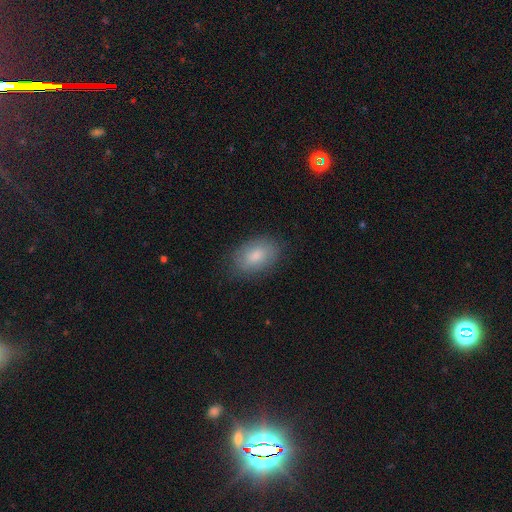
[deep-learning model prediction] smooth-or-featured: smooth: 78% | featured or disk: 15% | star or artifact: 7%
  how-rounded: in between: 89% | round: 9% | cigar-shaped: 1%
  merging: none: 82% | minor disturbance: 14% | major disturbance: 4% | merger: 1%